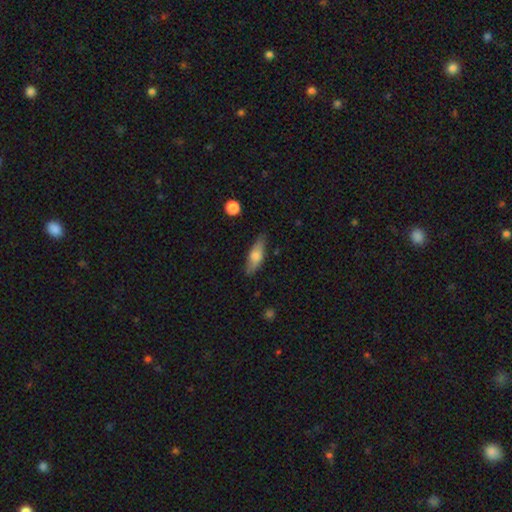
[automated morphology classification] Smooth or featured?
  - smooth: 63% *
  - featured or disk: 31%
  - star or artifact: 6%
How rounded?
  - in between: 55% *
  - cigar-shaped: 42%
  - round: 3%
Merging?
  - none: 79% *
  - minor disturbance: 16%
  - major disturbance: 3%
  - merger: 2%